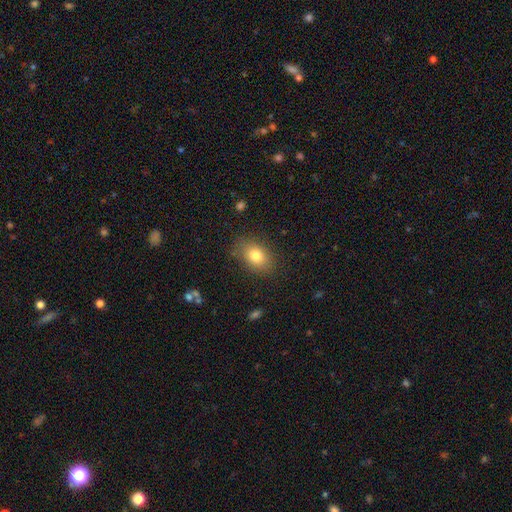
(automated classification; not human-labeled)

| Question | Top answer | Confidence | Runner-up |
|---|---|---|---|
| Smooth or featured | smooth | 80% | featured or disk (11%) |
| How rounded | in between | 77% | round (21%) |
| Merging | none | 83% | minor disturbance (12%) |